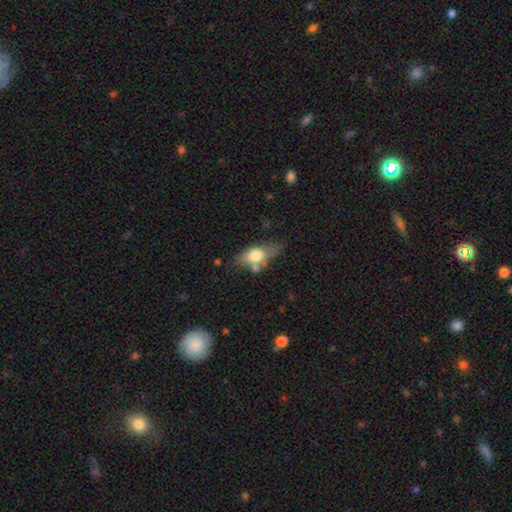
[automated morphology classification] Q: Smooth or featured?
A: smooth (67%); runner-up: featured or disk (26%)
Q: How rounded?
A: in between (81%); runner-up: cigar-shaped (12%)
Q: Merging?
A: none (54%); runner-up: minor disturbance (26%)